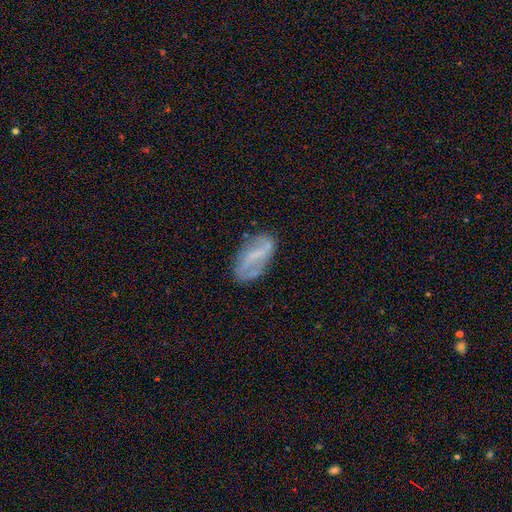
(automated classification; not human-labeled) smooth-or-featured: featured or disk: 64% | smooth: 28% | star or artifact: 8%
  disk-edge-on: no: 93% | yes: 7%
    bar: strong: 44% | weak: 36% | no: 20%
    has-spiral-arms: yes: 69% | no: 31%
    bulge-size: none: 52% | small: 31% | moderate: 13% | large: 2% | dominant: 1%
  merging: none: 69% | minor disturbance: 20% | major disturbance: 8% | merger: 3%